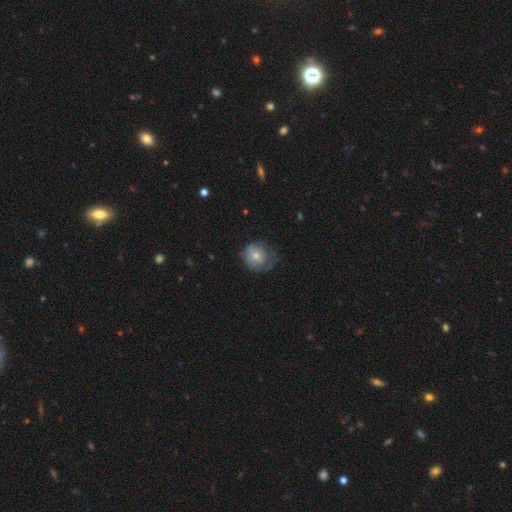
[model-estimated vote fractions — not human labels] Smooth or featured? Predicted: smooth (p=0.56). How rounded? Predicted: round (p=0.75). Merging? Predicted: none (p=0.44).